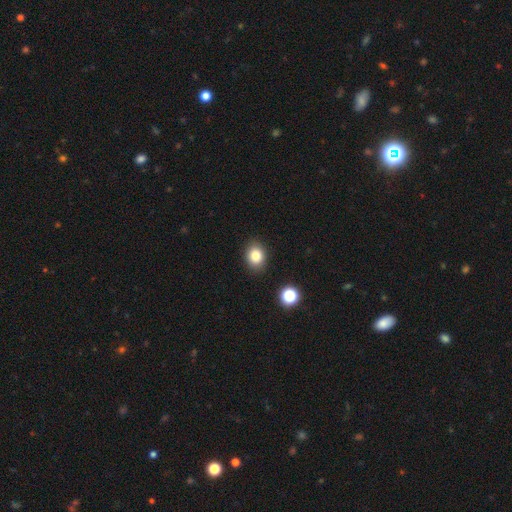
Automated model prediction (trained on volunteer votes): smooth-or-featured: smooth: 83% | star or artifact: 11% | featured or disk: 6%
  how-rounded: round: 53% | in between: 46% | cigar-shaped: 1%
  merging: none: 87% | minor disturbance: 8% | major disturbance: 2% | merger: 2%